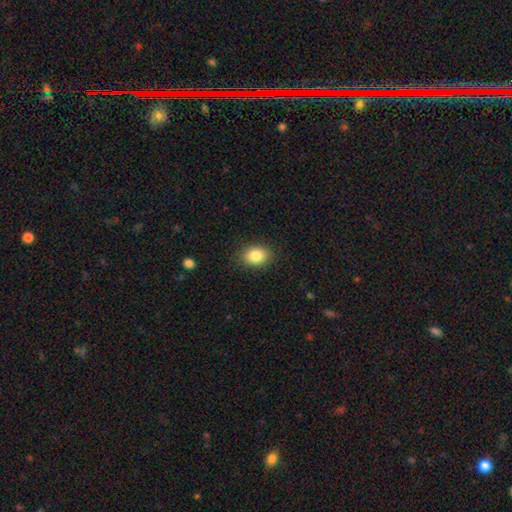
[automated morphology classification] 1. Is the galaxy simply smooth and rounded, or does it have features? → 85% smooth, 9% star or artifact, 7% featured or disk.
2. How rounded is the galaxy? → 67% in between, 32% round, 1% cigar-shaped.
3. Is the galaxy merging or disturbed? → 87% none, 10% minor disturbance, 3% major disturbance, 1% merger.